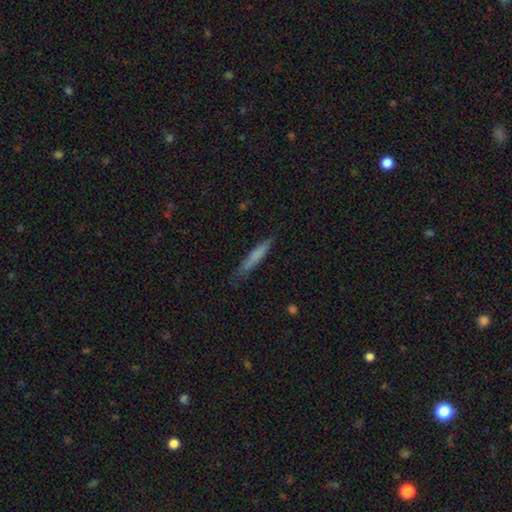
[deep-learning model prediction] Smooth or featured? Predicted: smooth (p=0.72). How rounded? Predicted: cigar-shaped (p=0.93). Merging? Predicted: none (p=0.81).